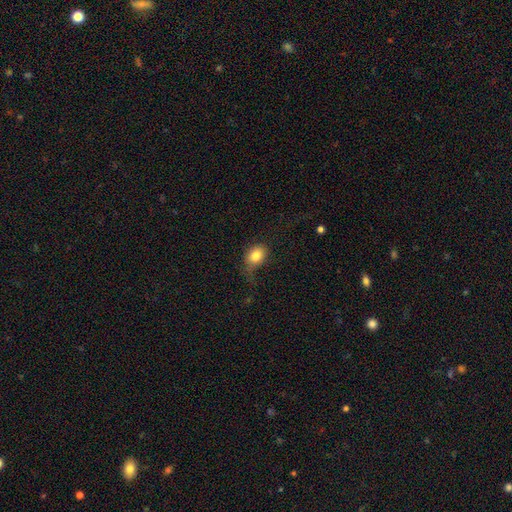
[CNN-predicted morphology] smooth 81%, star or artifact 10%, featured or disk 9%. Down the decision tree: how rounded — in between (56%); merging — none (48%).